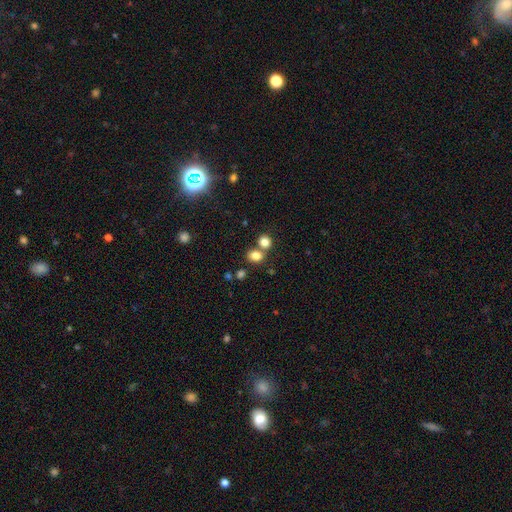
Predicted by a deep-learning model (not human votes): Smooth or featured?
  - smooth: 81% *
  - star or artifact: 13%
  - featured or disk: 6%
How rounded?
  - round: 53% *
  - in between: 46%
  - cigar-shaped: 1%
Merging?
  - none: 54% *
  - merger: 34%
  - minor disturbance: 9%
  - major disturbance: 4%